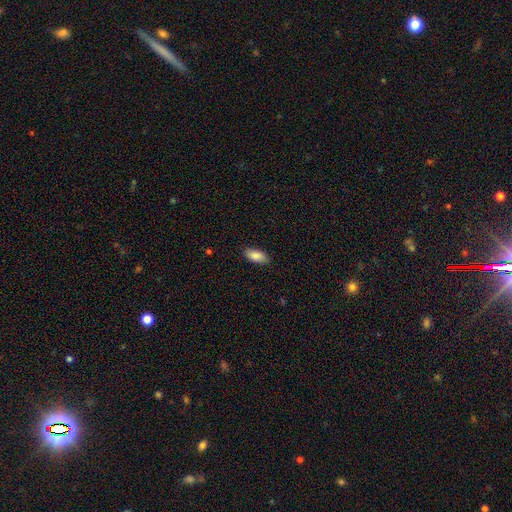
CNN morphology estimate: Smooth or featured: smooth — 88% (featured or disk — 6%)
How rounded: in between — 87% (cigar-shaped — 11%)
Merging: none — 87% (minor disturbance — 10%)